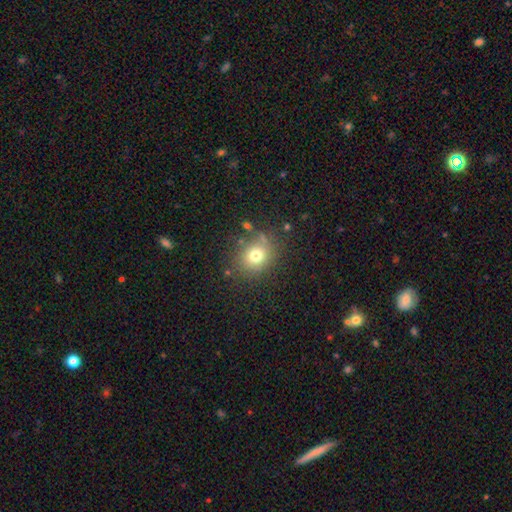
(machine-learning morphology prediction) The model was most divided on "how rounded": round: 69%, in between: 30%, cigar-shaped: 1%. More confident: merging — none (76%); smooth or featured — smooth (72%).